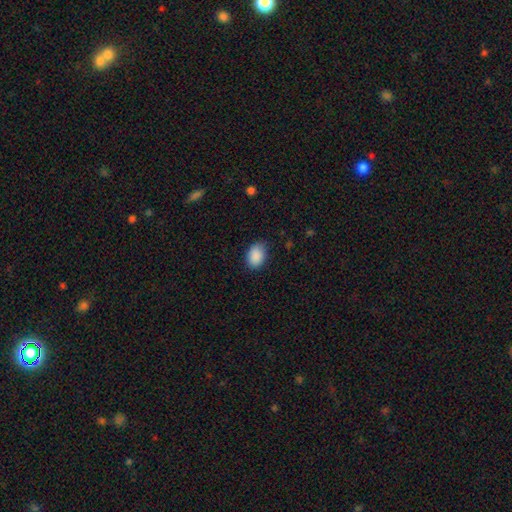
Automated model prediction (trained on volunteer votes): smooth-or-featured: smooth: 90% | star or artifact: 7% | featured or disk: 3%
  how-rounded: in between: 80% | round: 19% | cigar-shaped: 1%
  merging: none: 81% | minor disturbance: 15% | major disturbance: 3% | merger: 1%